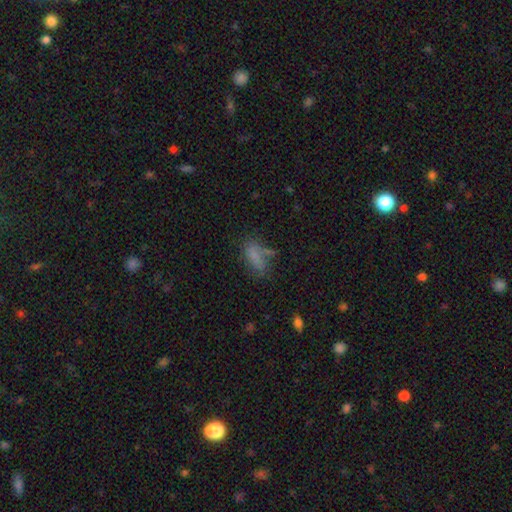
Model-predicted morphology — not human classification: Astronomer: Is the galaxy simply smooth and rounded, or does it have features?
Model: smooth — 75%.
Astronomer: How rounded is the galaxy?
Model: in between — 75%.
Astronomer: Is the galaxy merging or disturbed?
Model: none — 50%.